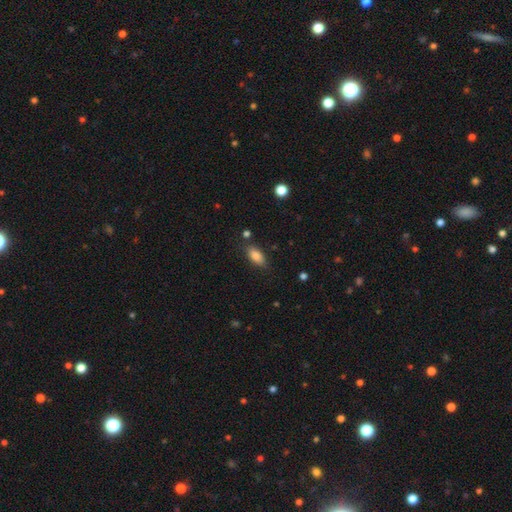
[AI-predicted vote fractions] smooth_or_featured: smooth (p=0.82) [alt: featured or disk p=0.10]
how_rounded: in between (p=0.86) [alt: cigar-shaped p=0.11]
merging: none (p=0.80) [alt: minor disturbance p=0.14]